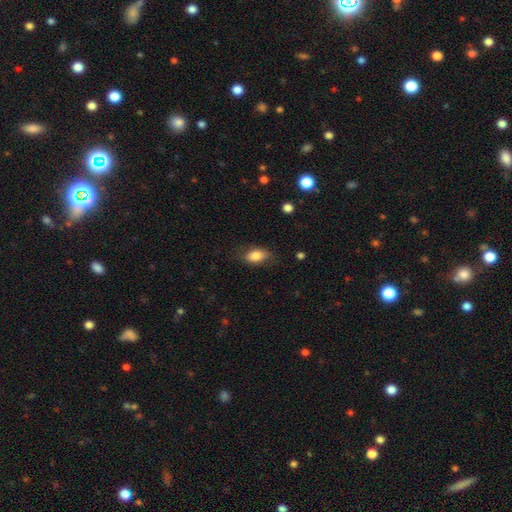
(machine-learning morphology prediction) smooth-or-featured: smooth: 83% | featured or disk: 9% | star or artifact: 7%
  how-rounded: in between: 88% | round: 8% | cigar-shaped: 4%
  merging: none: 73% | minor disturbance: 20% | major disturbance: 6% | merger: 1%